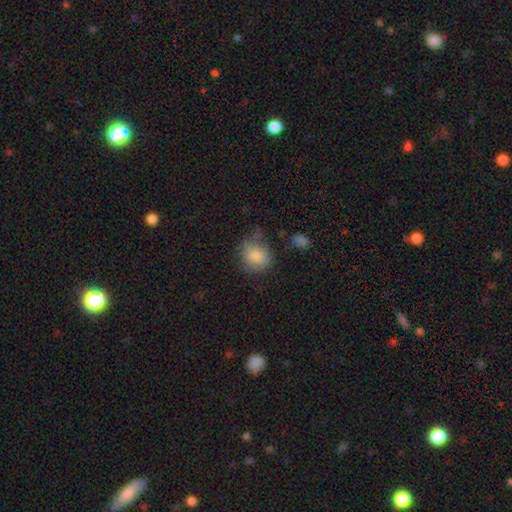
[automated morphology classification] type=smooth (78%); roundness=round (71%); merging=none (46%).